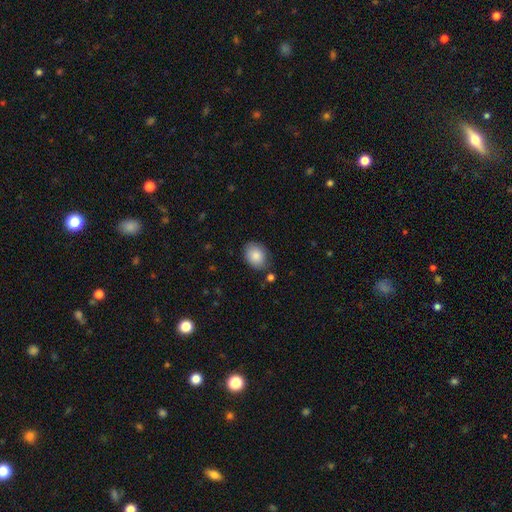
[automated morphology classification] Smooth or featured: smooth — 86% (star or artifact — 7%)
How rounded: in between — 66% (round — 33%)
Merging: none — 79% (minor disturbance — 15%)